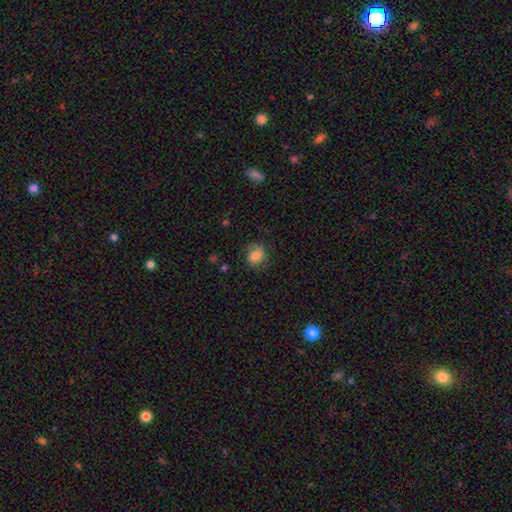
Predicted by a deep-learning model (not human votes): Q: Smooth or featured?
A: smooth (70%); runner-up: featured or disk (21%)
Q: How rounded?
A: round (67%); runner-up: in between (32%)
Q: Merging?
A: none (71%); runner-up: minor disturbance (19%)